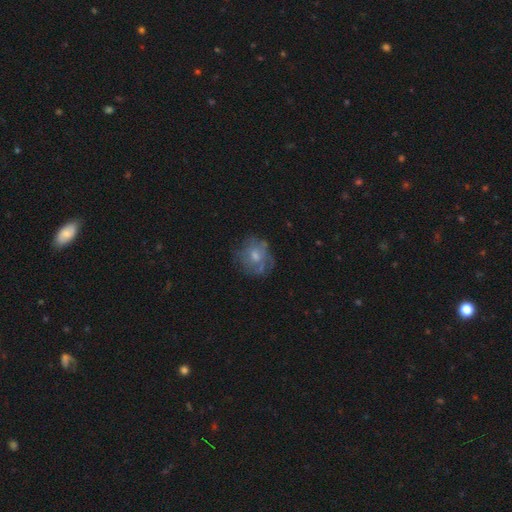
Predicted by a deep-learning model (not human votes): featured or disk 47%, smooth 43%, star or artifact 10%. Down the decision tree: merging — none (60%).